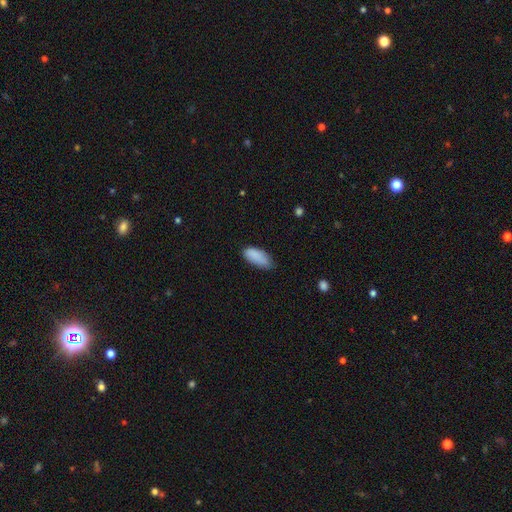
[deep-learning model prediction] Smooth or featured? Predicted: smooth (p=0.87). How rounded? Predicted: in between (p=0.88). Merging? Predicted: none (p=0.55).